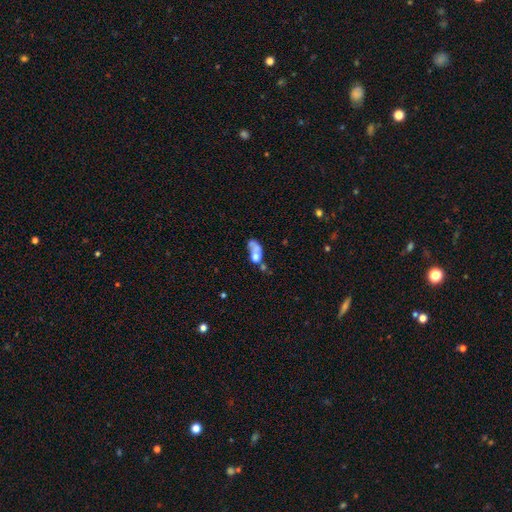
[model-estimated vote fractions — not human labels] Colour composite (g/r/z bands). It shows a smooth galaxy with no disk features (53%) that is in between round and cigar-shaped (73%). Merging: merger (41%).